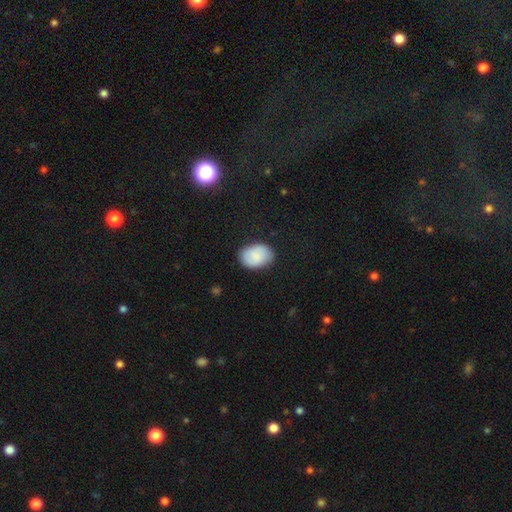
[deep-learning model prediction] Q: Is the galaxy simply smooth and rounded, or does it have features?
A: smooth — 86%.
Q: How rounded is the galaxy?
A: in between — 81%.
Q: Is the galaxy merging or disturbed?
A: none — 80%.